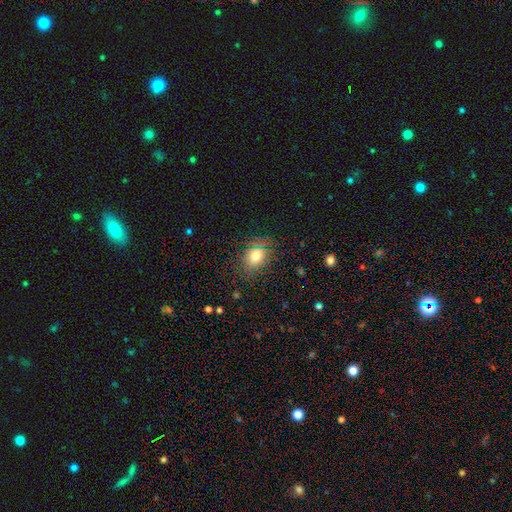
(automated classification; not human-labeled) Q: Smooth or featured?
A: smooth (75%); runner-up: star or artifact (15%)
Q: How rounded?
A: in between (55%); runner-up: round (44%)
Q: Merging?
A: none (82%); runner-up: minor disturbance (13%)